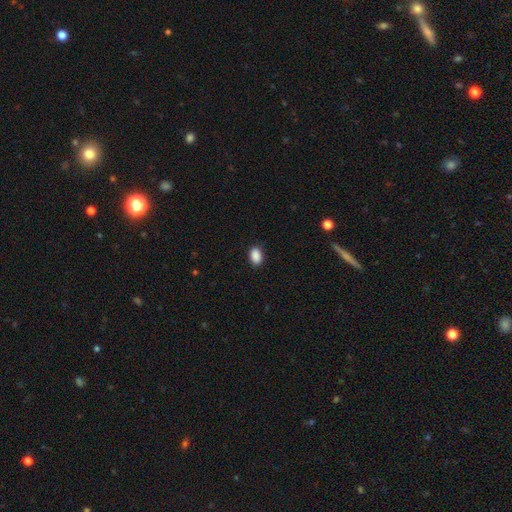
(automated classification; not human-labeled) This is clearly a smooth galaxy (90%). How rounded: clearly in between (85%). Merging: clearly none (88%).